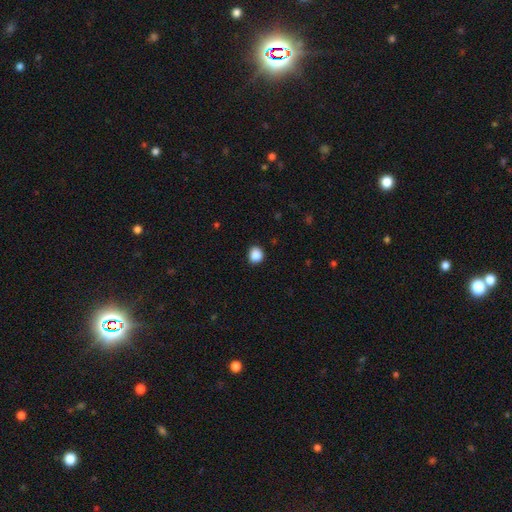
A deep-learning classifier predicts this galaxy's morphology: A smooth galaxy with no disk features (88%) that is round (83%).

Vote fractions:
- Smooth or featured? smooth: 88% / star or artifact: 10% / featured or disk: 3%
- How rounded? round: 83% / in between: 16% / cigar-shaped: 1%
- Merging? none: 87% / minor disturbance: 10% / major disturbance: 2% / merger: 1%